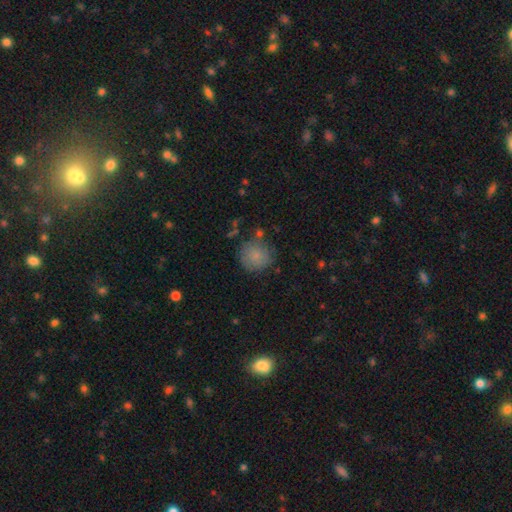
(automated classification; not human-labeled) Smooth or featured: smooth — 82% (featured or disk — 9%)
How rounded: round — 92% (in between — 8%)
Merging: none — 75% (minor disturbance — 16%)